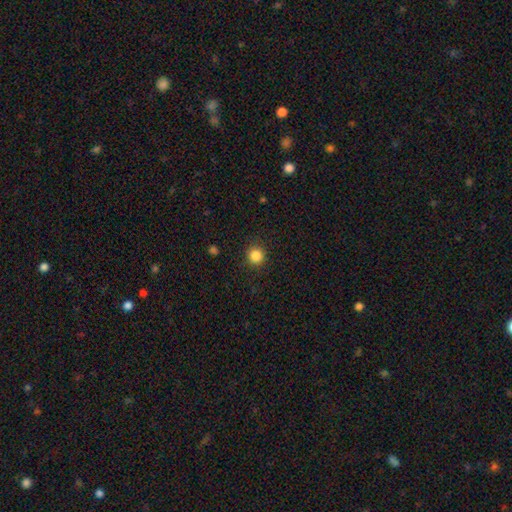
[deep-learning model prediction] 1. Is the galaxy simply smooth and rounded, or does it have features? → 85% smooth, 11% star or artifact, 4% featured or disk.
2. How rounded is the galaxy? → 93% round, 6% in between, 1% cigar-shaped.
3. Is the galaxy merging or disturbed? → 90% none, 6% minor disturbance, 2% major disturbance, 1% merger.